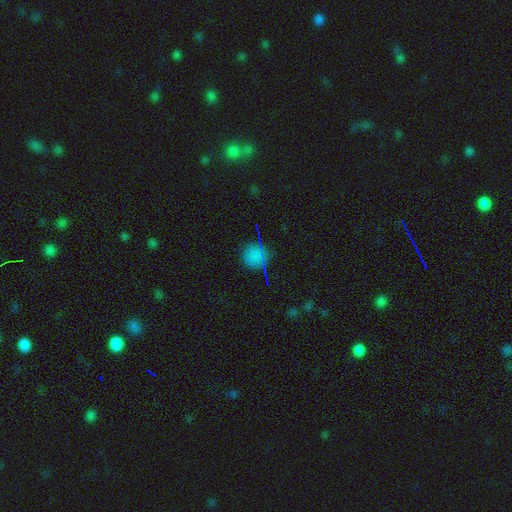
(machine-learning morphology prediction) Smooth or featured: smooth — 63% (star or artifact — 31%)
How rounded: round — 92% (in between — 7%)
Merging: none — 84% (minor disturbance — 10%)